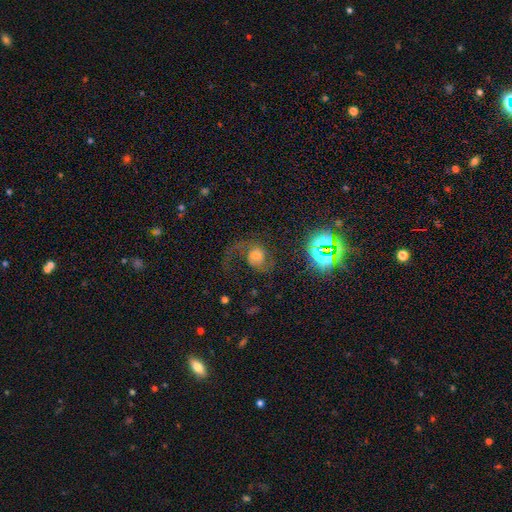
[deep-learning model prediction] smooth-or-featured: featured or disk: 57% | smooth: 26% | star or artifact: 17%
  disk-edge-on: no: 97% | yes: 3%
    bar: no: 63% | weak: 29% | strong: 9%
    has-spiral-arms: yes: 89% | no: 11%
    bulge-size: moderate: 39% | large: 22% | small: 22% | dominant: 9% | none: 8%
  merging: none: 44% | major disturbance: 36% | minor disturbance: 16% | merger: 4%